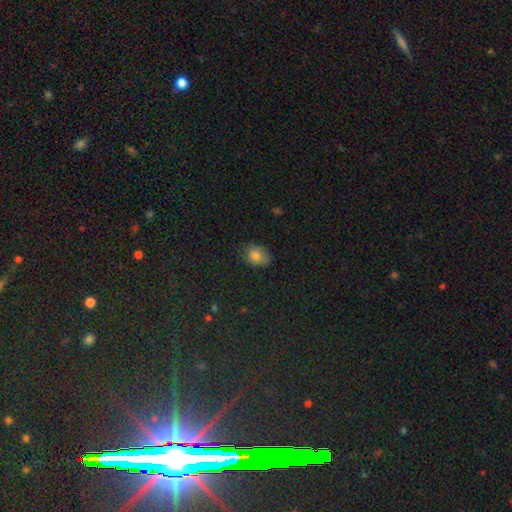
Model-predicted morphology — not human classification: A smooth galaxy with no disk features (82%) that is in between round and cigar-shaped (68%). Merging: none (68%).